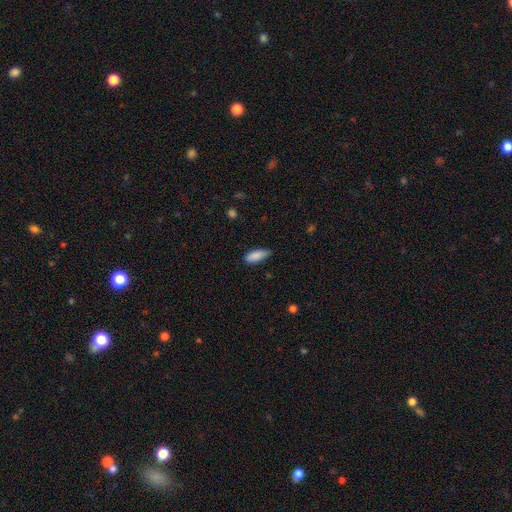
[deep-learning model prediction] Smooth or featured? smooth (88%)
How rounded? in between (76%)
Merging? none (72%)